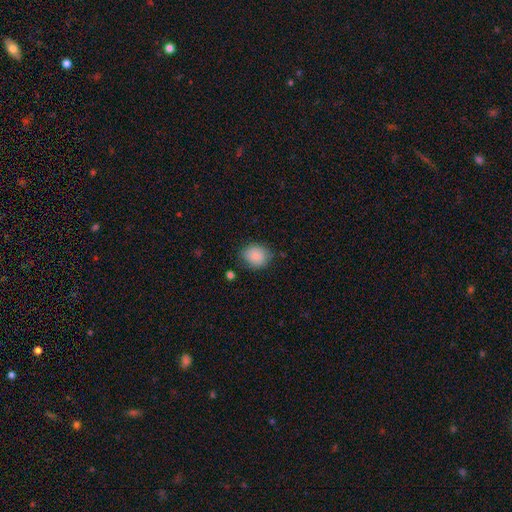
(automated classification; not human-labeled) A smooth galaxy with no disk features (87%) that is round (62%). Merging: none (78%).